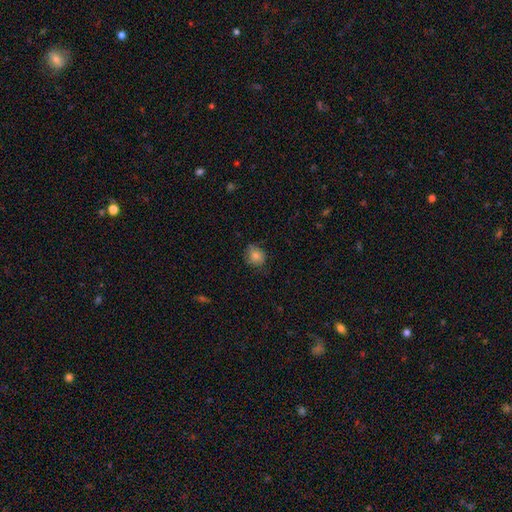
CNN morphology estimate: Smooth or featured: smooth — 78% (featured or disk — 13%)
How rounded: round — 68% (in between — 31%)
Merging: none — 72% (minor disturbance — 22%)